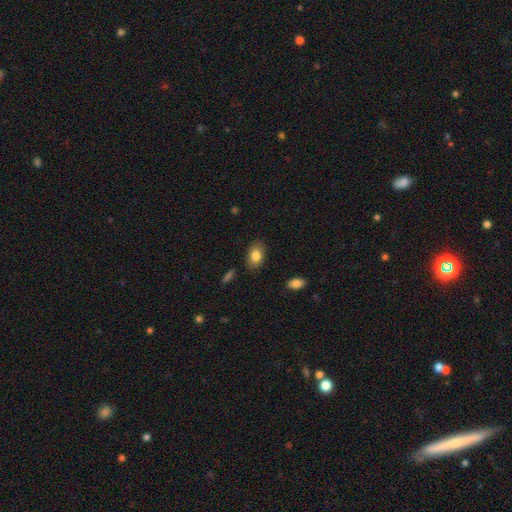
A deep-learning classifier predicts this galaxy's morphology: A smooth galaxy with no disk features (82%) that is in between round and cigar-shaped (88%). Merging: none (85%).